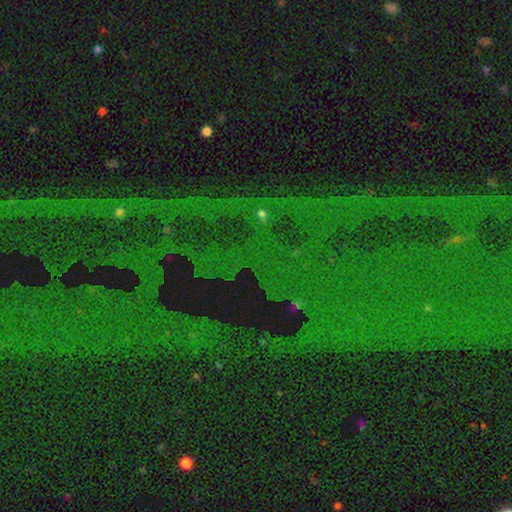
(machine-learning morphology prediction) Smooth or featured: star or artifact — 82% (featured or disk — 10%)